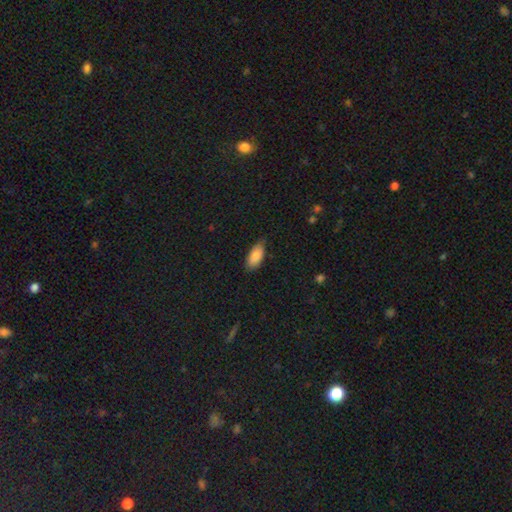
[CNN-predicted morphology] Q: Smooth or featured?
A: smooth (85%); runner-up: featured or disk (8%)
Q: How rounded?
A: in between (90%); runner-up: cigar-shaped (8%)
Q: Merging?
A: none (73%); runner-up: minor disturbance (22%)